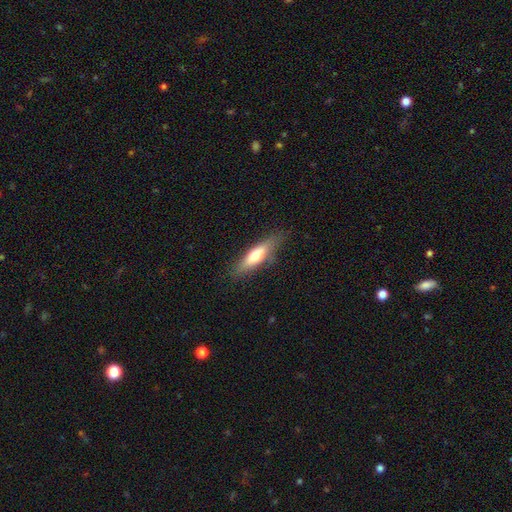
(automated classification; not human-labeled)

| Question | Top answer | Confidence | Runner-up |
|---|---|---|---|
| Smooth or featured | smooth | 62% | featured or disk (32%) |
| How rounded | cigar-shaped | 64% | in between (34%) |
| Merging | none | 76% | minor disturbance (18%) |